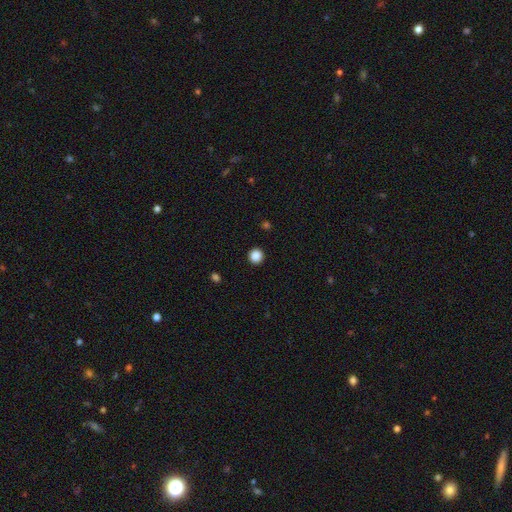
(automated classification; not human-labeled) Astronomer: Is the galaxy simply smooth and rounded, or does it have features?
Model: smooth — 87%.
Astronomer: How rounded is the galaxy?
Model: round — 94%.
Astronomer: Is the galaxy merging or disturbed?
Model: none — 93%.